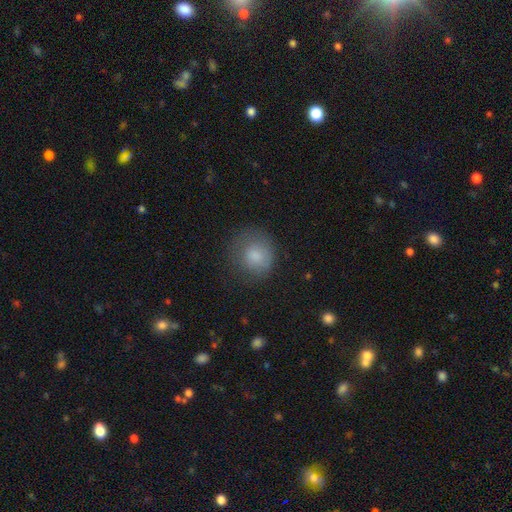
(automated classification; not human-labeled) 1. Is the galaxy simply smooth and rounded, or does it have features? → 80% smooth, 11% featured or disk, 9% star or artifact.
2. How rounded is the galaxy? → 84% round, 15% in between, 1% cigar-shaped.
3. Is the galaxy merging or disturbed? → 64% none, 22% minor disturbance, 13% major disturbance, 2% merger.